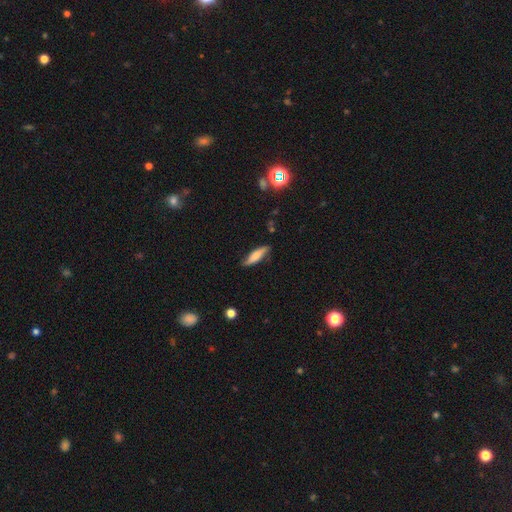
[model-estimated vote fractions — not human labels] This appears to be a smooth galaxy with no disk features (60%) that is cigar-shaped (64%). Merging: none (76%).